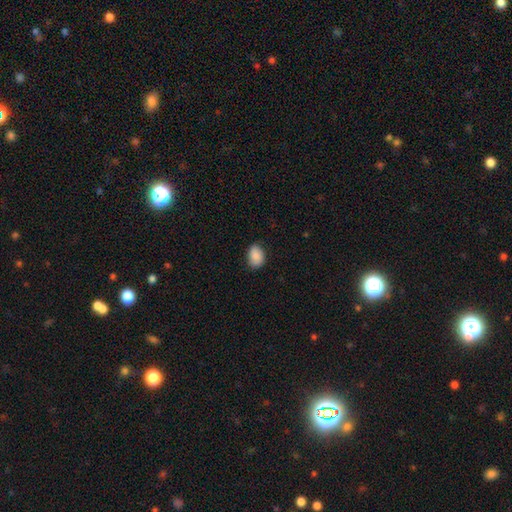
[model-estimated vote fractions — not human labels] The model was most divided on "how rounded": in between: 78%, round: 21%, cigar-shaped: 1%. More confident: smooth or featured — smooth (87%); merging — none (81%).